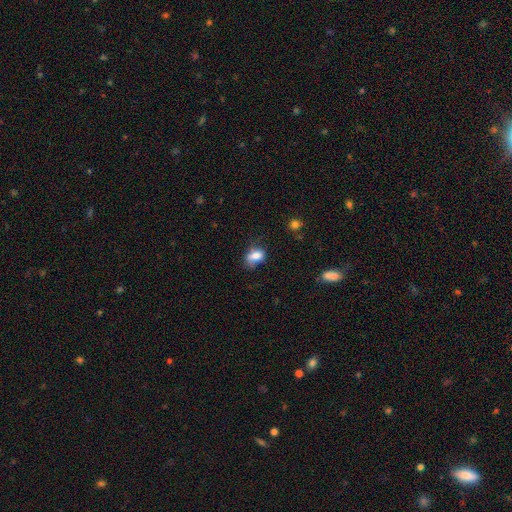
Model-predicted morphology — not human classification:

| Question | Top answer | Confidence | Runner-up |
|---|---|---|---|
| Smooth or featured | smooth | 76% | featured or disk (13%) |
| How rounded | in between | 78% | round (20%) |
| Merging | none | 43% | minor disturbance (34%) |